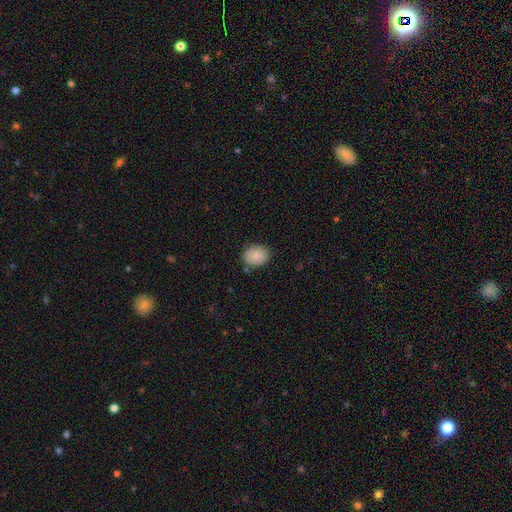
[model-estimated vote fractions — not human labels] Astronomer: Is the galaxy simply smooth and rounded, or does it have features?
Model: smooth — 85%.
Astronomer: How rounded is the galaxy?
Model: in between — 53% (runner-up: round, 47%).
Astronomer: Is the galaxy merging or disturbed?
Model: none — 81%.